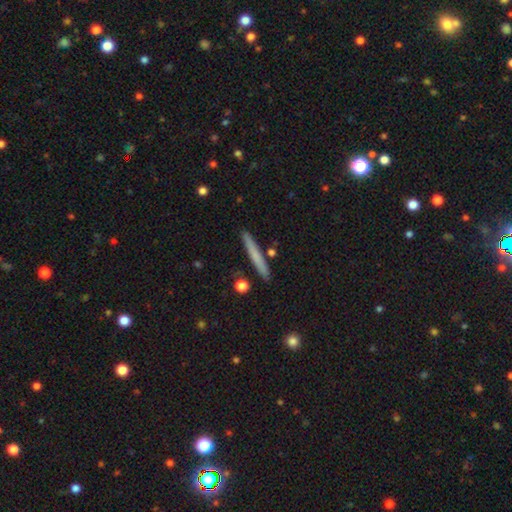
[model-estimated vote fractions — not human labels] This is likely a smooth galaxy (66%). How rounded: clearly cigar-shaped (96%). Merging: clearly none (90%).